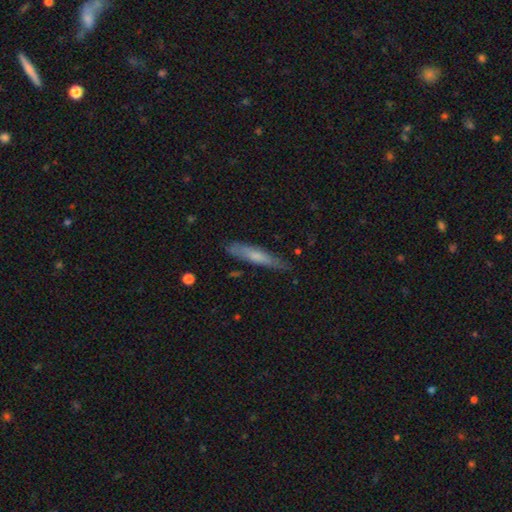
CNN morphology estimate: Smooth or featured: smooth — 59% (featured or disk — 35%)
How rounded: cigar-shaped — 90% (in between — 9%)
Merging: none — 77% (minor disturbance — 18%)